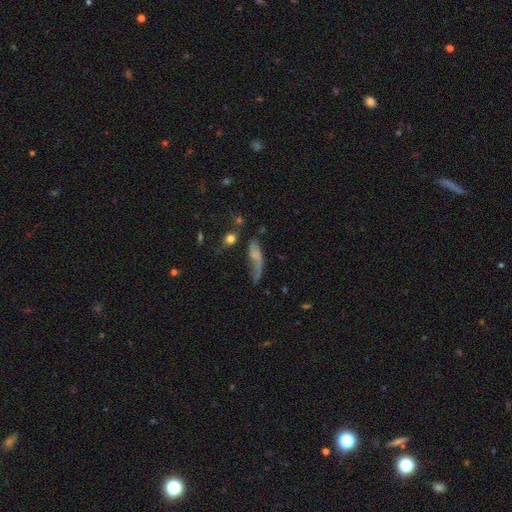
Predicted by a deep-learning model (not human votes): Smooth or featured? smooth (50%)
Merging? major disturbance (35%)